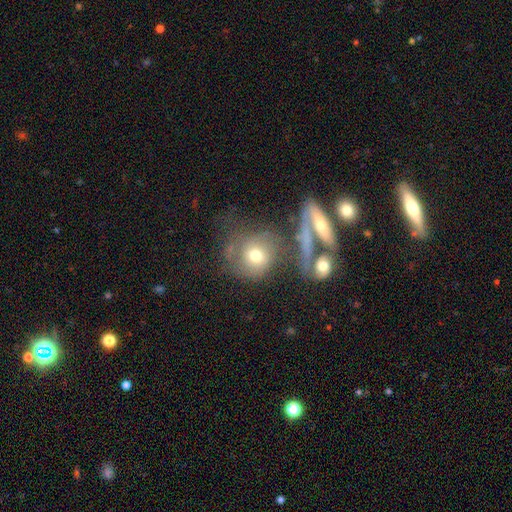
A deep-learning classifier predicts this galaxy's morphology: This appears to be a smooth galaxy with no disk features (55%) that is round (77%). Merging: none (37%).